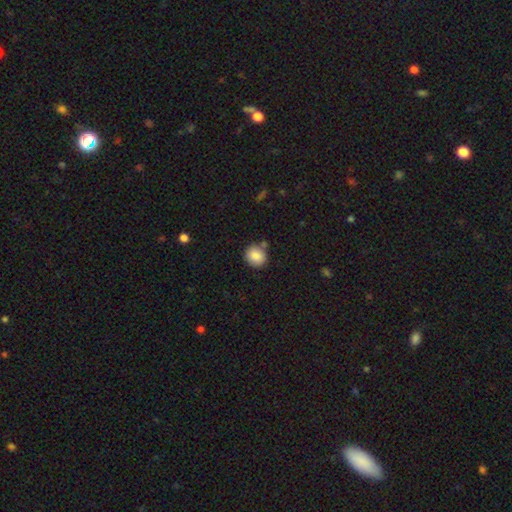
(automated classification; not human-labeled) A smooth galaxy with no disk features (86%) that is round (84%). Merging: none (78%).